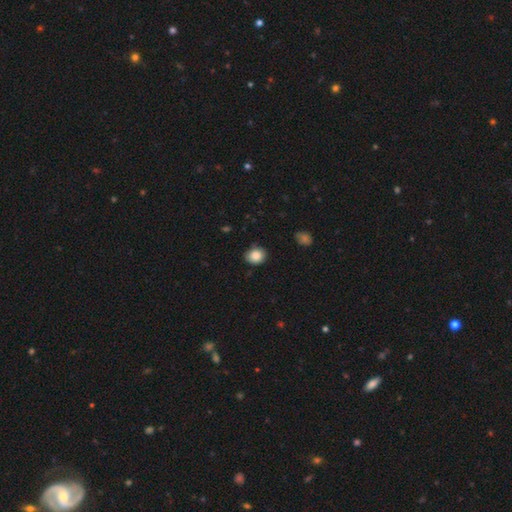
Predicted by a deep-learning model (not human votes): This is clearly a smooth galaxy (87%). How rounded: likely round (74%). Merging: likely none (79%).